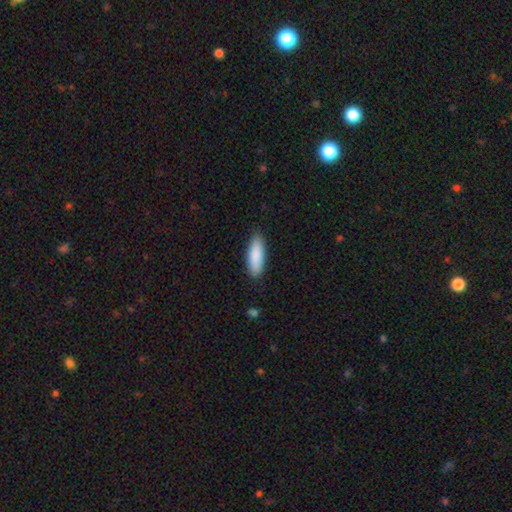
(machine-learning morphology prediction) The model was most divided on "how rounded": in between: 58%, cigar-shaped: 41%, round: 2%. More confident: smooth or featured — smooth (89%); merging — none (87%).